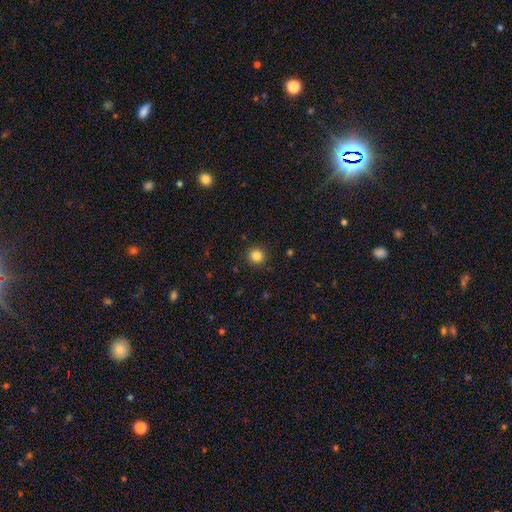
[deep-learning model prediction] Smooth or featured? Predicted: smooth (p=0.84). How rounded? Predicted: round (p=0.94). Merging? Predicted: none (p=0.92).